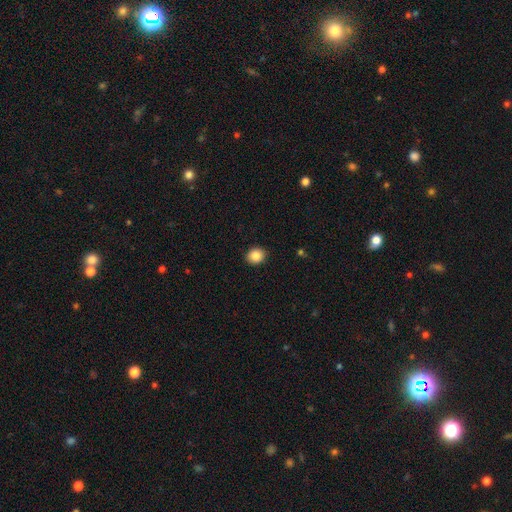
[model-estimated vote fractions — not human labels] This appears to be a smooth galaxy with no disk features (87%) that is round (63%). Merging: none (91%).